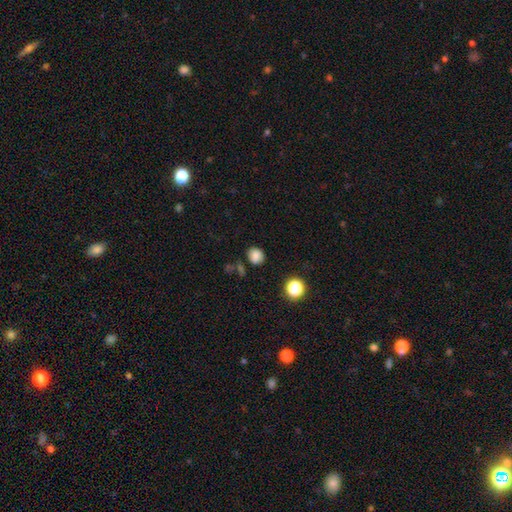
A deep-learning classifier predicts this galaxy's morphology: Smooth or featured: smooth — 82% (star or artifact — 13%)
How rounded: round — 65% (in between — 34%)
Merging: none — 79% (minor disturbance — 13%)